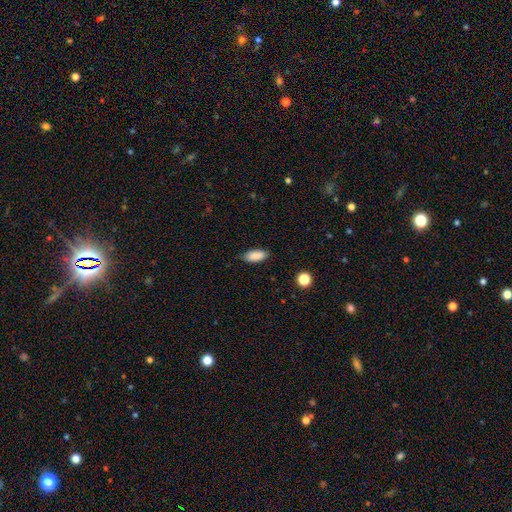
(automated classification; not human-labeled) smooth 88%, star or artifact 7%, featured or disk 5%. Down the decision tree: how rounded — in between (85%); merging — none (82%).